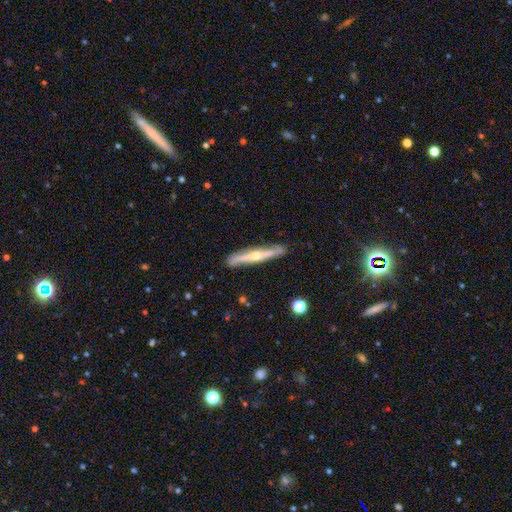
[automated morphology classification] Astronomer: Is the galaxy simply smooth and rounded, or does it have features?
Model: featured or disk — 70%.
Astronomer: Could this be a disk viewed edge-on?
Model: yes — 89%.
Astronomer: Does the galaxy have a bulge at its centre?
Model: rounded — 84%.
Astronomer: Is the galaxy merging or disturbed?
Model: none — 82%.